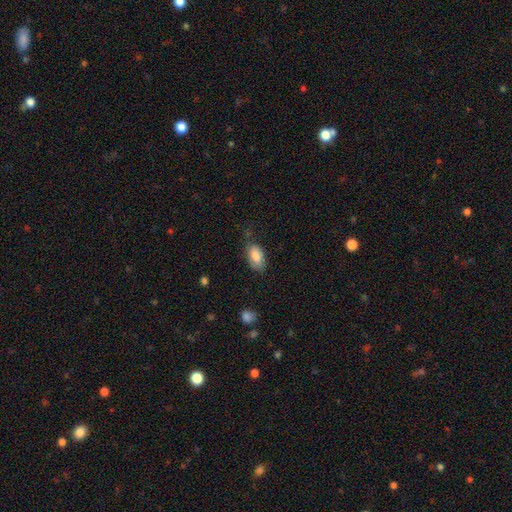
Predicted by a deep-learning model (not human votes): Smooth or featured: smooth — 83% (featured or disk — 10%)
How rounded: in between — 93% (round — 3%)
Merging: none — 67% (minor disturbance — 24%)